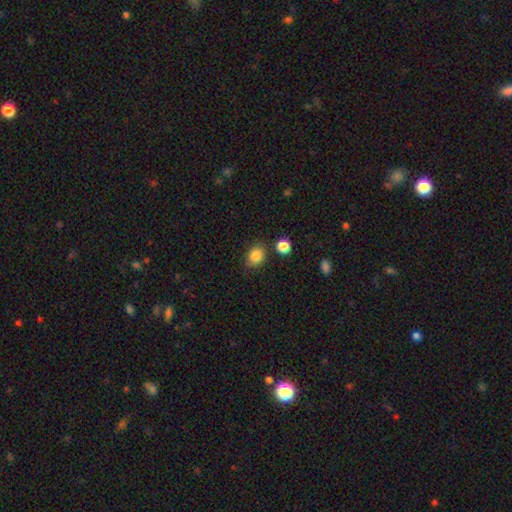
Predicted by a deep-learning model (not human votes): A smooth galaxy with no disk features (86%) that is round (51%).

Vote fractions:
- Smooth or featured? smooth: 86% / star or artifact: 10% / featured or disk: 4%
- How rounded? round: 51% / in between: 48% / cigar-shaped: 1%
- Merging? none: 77% / minor disturbance: 13% / merger: 6% / major disturbance: 4%